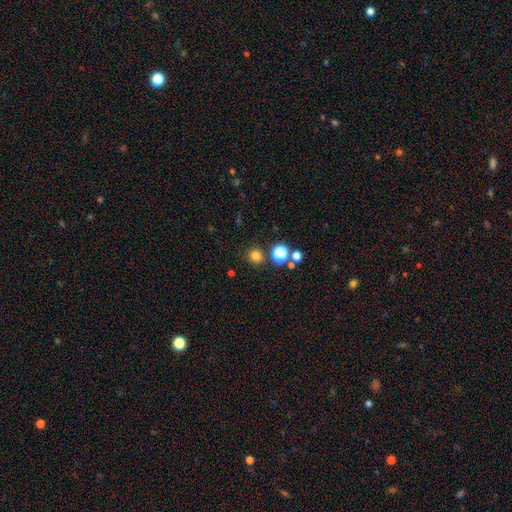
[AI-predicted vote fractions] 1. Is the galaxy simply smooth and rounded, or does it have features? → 77% smooth, 18% star or artifact, 5% featured or disk.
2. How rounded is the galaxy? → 91% round, 8% in between, 1% cigar-shaped.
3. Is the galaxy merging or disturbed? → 85% none, 7% minor disturbance, 6% merger, 3% major disturbance.